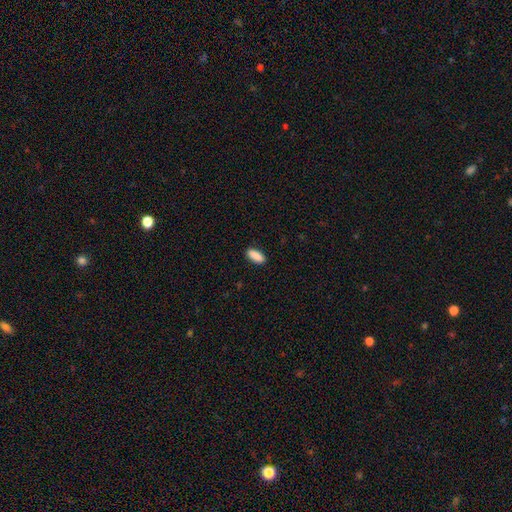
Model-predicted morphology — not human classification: Q: Smooth or featured?
A: smooth (90%); runner-up: star or artifact (6%)
Q: How rounded?
A: in between (82%); runner-up: cigar-shaped (16%)
Q: Merging?
A: none (89%); runner-up: minor disturbance (8%)